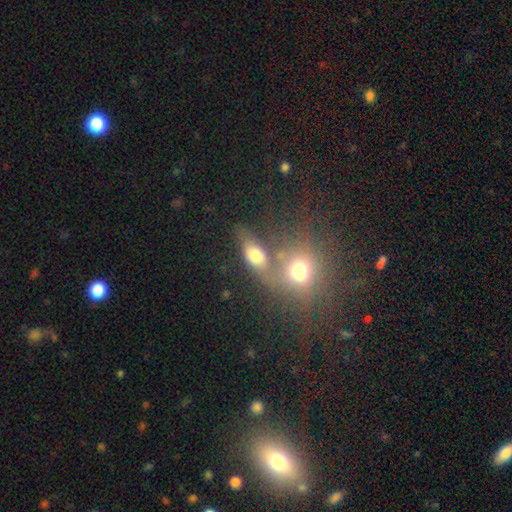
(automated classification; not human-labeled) smooth-or-featured: smooth: 67% | featured or disk: 20% | star or artifact: 13%
  how-rounded: in between: 64% | round: 30% | cigar-shaped: 6%
  merging: merger: 47% | none: 33% | minor disturbance: 11% | major disturbance: 9%